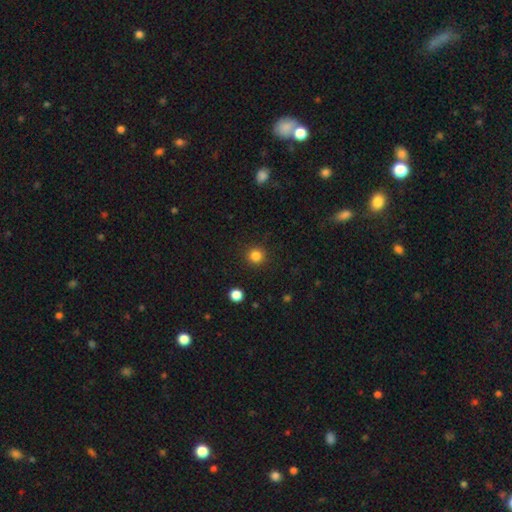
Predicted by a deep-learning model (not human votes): smooth 83%, star or artifact 13%, featured or disk 4%. Down the decision tree: how rounded — round (94%); merging — none (91%).